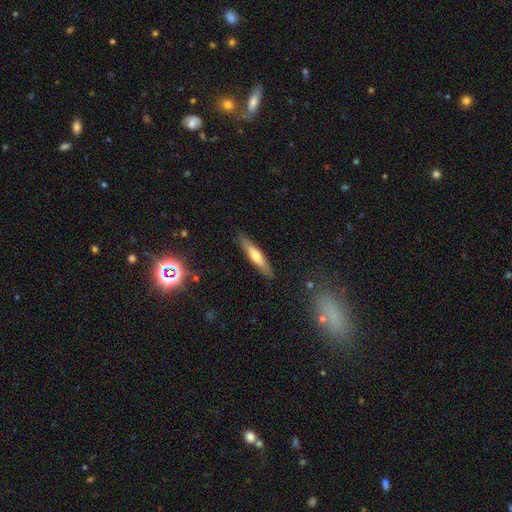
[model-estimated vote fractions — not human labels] Smooth or featured?
  - smooth: 54% *
  - featured or disk: 40%
  - star or artifact: 6%
How rounded?
  - cigar-shaped: 83% *
  - in between: 15%
  - round: 2%
Merging?
  - none: 88% *
  - minor disturbance: 9%
  - major disturbance: 2%
  - merger: 1%